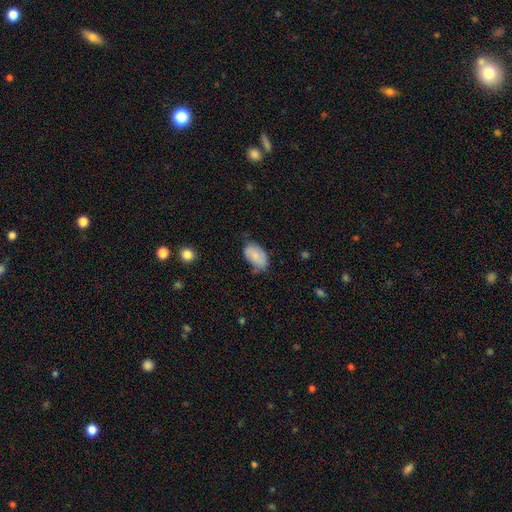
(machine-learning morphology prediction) smooth-or-featured: smooth: 77% | featured or disk: 16% | star or artifact: 7%
  how-rounded: in between: 93% | round: 5% | cigar-shaped: 1%
  merging: none: 57% | minor disturbance: 33% | major disturbance: 7% | merger: 3%